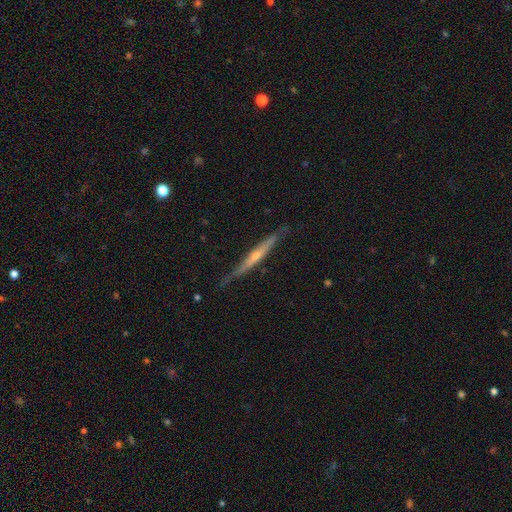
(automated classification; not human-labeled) This is likely a featured or disk galaxy (71%). It is clearly viewed edge-on (96%). Edge-on bulge: likely rounded (62%). Merging: likely none (77%).